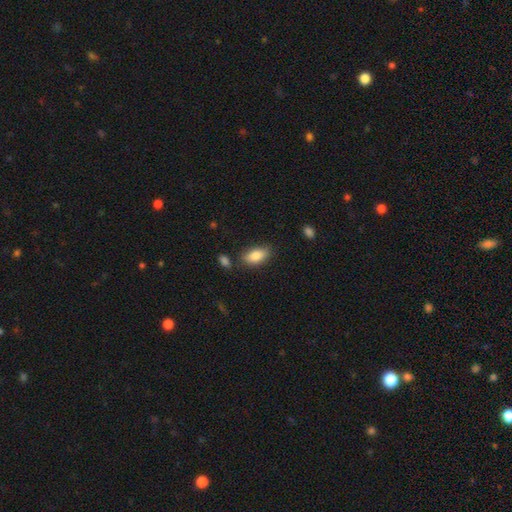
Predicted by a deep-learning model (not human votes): A smooth galaxy with no disk features (84%) that is in between round and cigar-shaped (89%).

Vote fractions:
- Smooth or featured? smooth: 84% / featured or disk: 9% / star or artifact: 7%
- How rounded? in between: 89% / cigar-shaped: 7% / round: 4%
- Merging? none: 78% / minor disturbance: 14% / merger: 5% / major disturbance: 3%